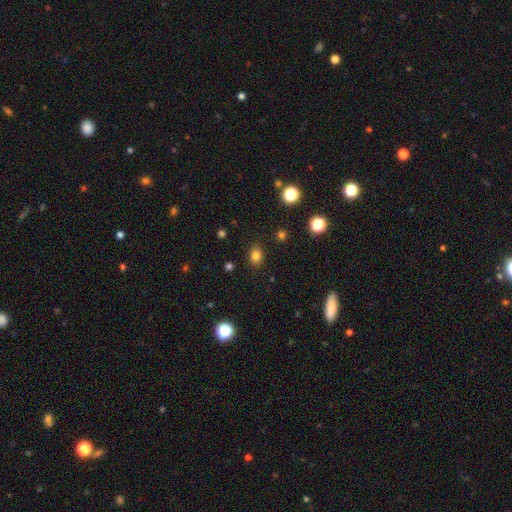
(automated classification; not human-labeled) smooth-or-featured: smooth: 81% | star or artifact: 14% | featured or disk: 5%
  how-rounded: round: 50% | in between: 49% | cigar-shaped: 1%
  merging: none: 87% | minor disturbance: 9% | major disturbance: 3% | merger: 2%